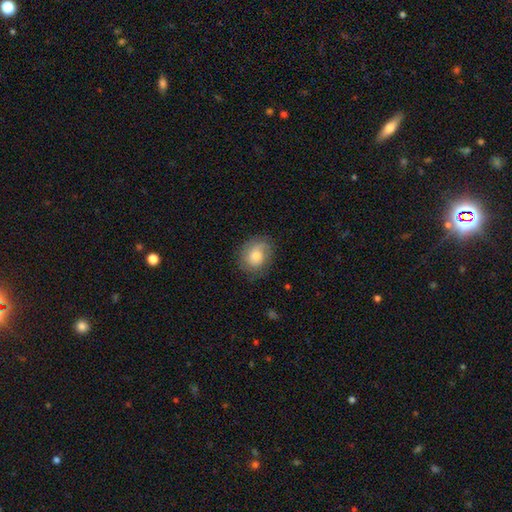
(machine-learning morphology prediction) Smooth or featured? Predicted: smooth (p=0.49). Merging? Predicted: none (p=0.76).